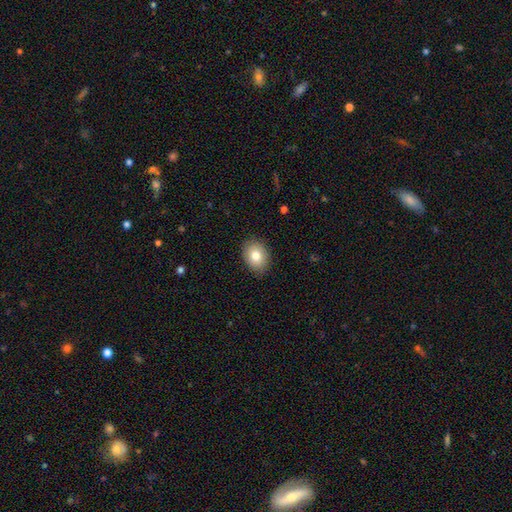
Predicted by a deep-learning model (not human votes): The model was most divided on "how rounded": in between: 67%, round: 33%, cigar-shaped: 1%. More confident: merging — none (87%); smooth or featured — smooth (80%).